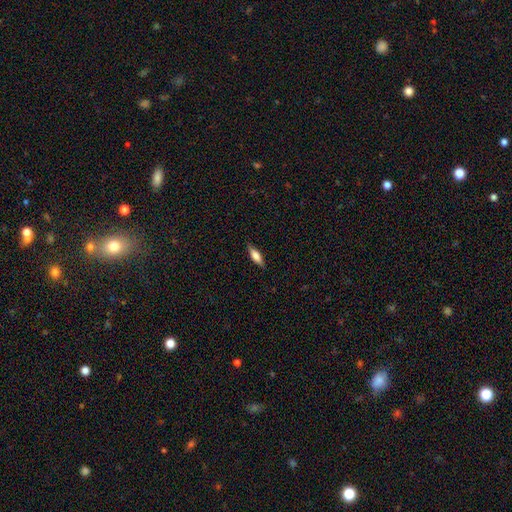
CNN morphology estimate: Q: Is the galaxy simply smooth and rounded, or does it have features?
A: smooth — 63%.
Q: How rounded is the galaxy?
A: in between — 51%.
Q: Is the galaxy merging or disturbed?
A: none — 86%.